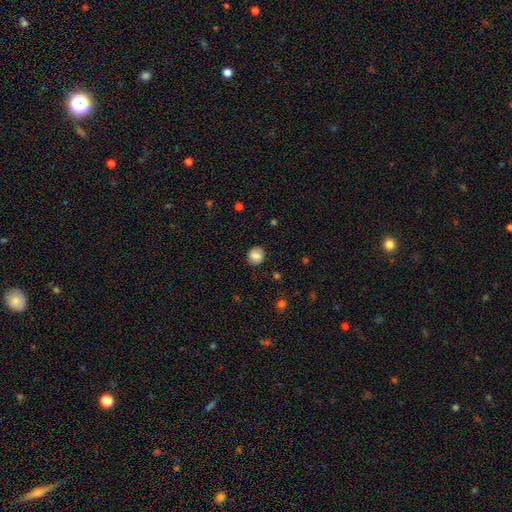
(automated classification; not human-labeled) Q: Smooth or featured?
A: smooth (74%); runner-up: featured or disk (17%)
Q: How rounded?
A: round (79%); runner-up: in between (20%)
Q: Merging?
A: none (83%); runner-up: minor disturbance (12%)